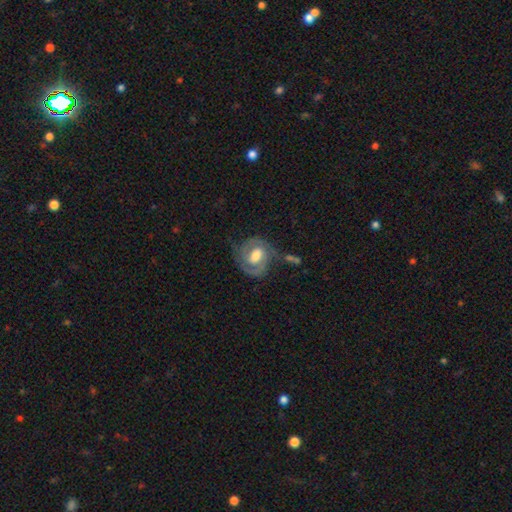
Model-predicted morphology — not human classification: This is clearly a featured or disk galaxy (83%). It is clearly not viewed edge-on (97%). Bar: possibly weak (50%). Spiral arm pattern: clearly yes (93%). Spiral arm count: clearly 2 (85%). Spiral winding: possibly tight (51%). Central bulge: possibly moderate (55%). Merging: likely none (63%).